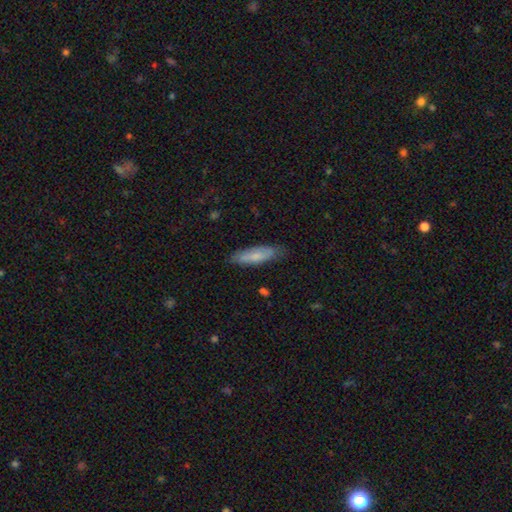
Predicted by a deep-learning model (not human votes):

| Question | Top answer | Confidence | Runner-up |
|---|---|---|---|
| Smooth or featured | smooth | 71% | featured or disk (23%) |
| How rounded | cigar-shaped | 63% | in between (35%) |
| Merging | none | 79% | minor disturbance (17%) |